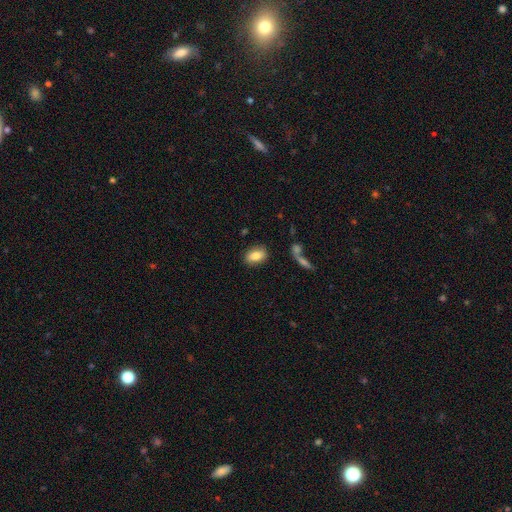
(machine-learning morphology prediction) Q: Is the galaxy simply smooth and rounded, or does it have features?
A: smooth — 82%.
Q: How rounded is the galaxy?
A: in between — 89%.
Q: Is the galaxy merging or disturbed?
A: none — 83%.